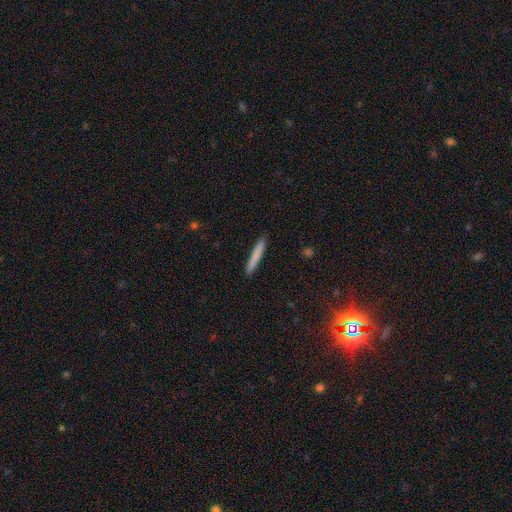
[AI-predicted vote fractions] The model was most divided on "smooth or featured": smooth: 79%, featured or disk: 15%, star or artifact: 6%. More confident: how rounded — cigar-shaped (96%); merging — none (92%).